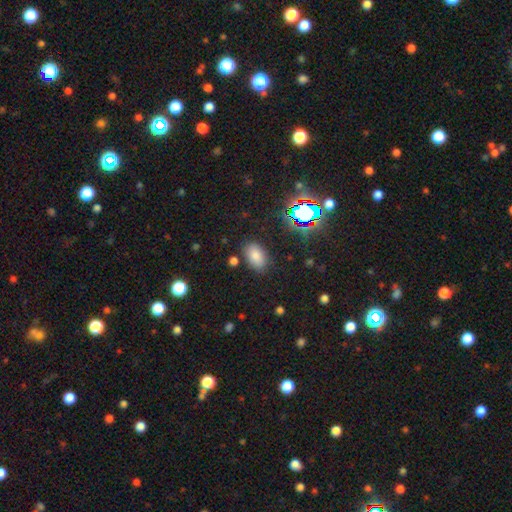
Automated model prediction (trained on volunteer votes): A smooth galaxy with no disk features (77%) that is in between round and cigar-shaped (89%).

Vote fractions:
- Smooth or featured? smooth: 77% / star or artifact: 15% / featured or disk: 8%
- How rounded? in between: 89% / round: 9% / cigar-shaped: 2%
- Merging? none: 80% / minor disturbance: 13% / major disturbance: 4% / merger: 4%